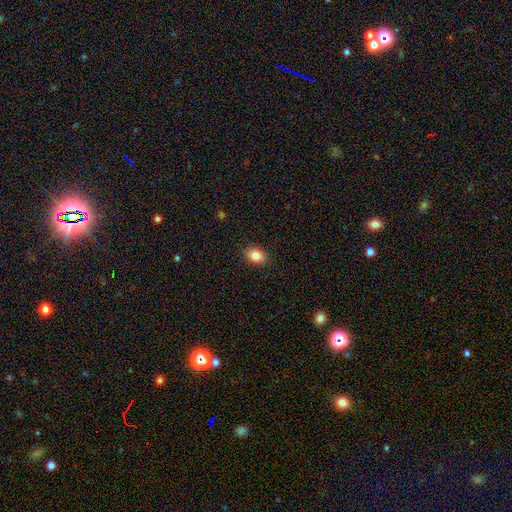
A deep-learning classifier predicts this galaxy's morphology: Smooth or featured? Predicted: smooth (p=0.84). How rounded? Predicted: in between (p=0.75). Merging? Predicted: none (p=0.89).